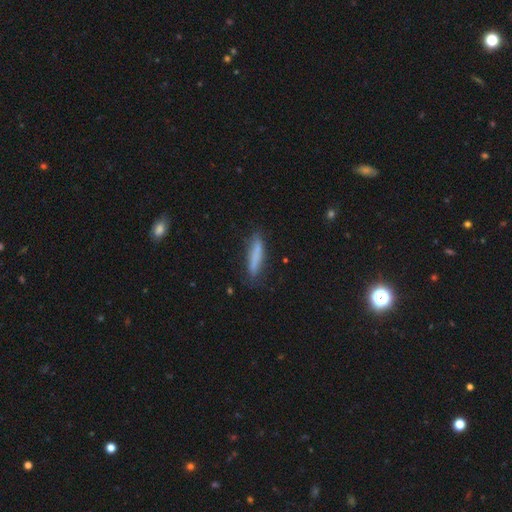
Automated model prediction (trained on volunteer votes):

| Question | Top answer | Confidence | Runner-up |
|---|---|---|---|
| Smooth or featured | smooth | 75% | featured or disk (17%) |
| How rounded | cigar-shaped | 86% | in between (12%) |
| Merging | none | 78% | minor disturbance (16%) |